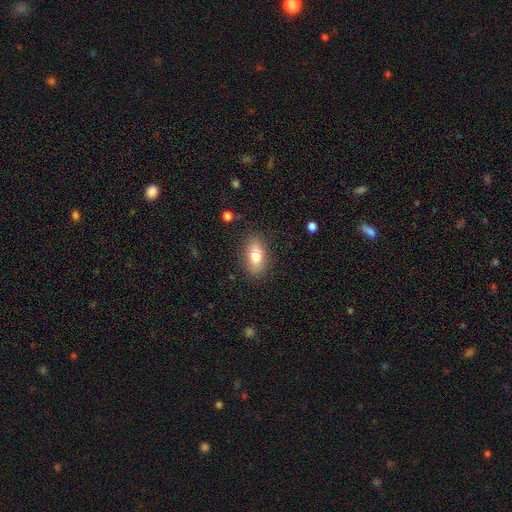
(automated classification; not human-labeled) This appears to be a smooth galaxy with no disk features (78%) that is in between round and cigar-shaped (84%). Merging: none (85%).